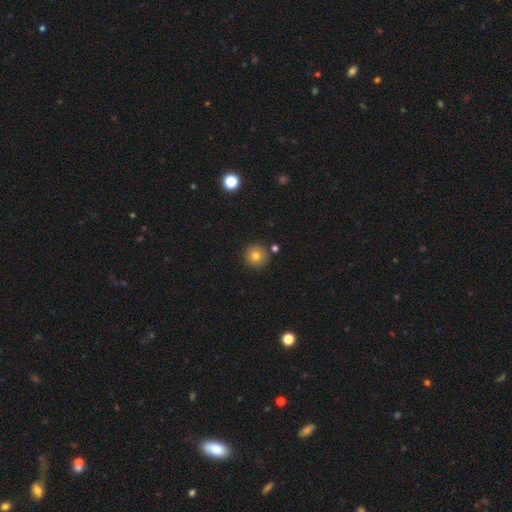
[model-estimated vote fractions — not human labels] A smooth galaxy with no disk features (79%) that is round (95%). Merging: none (87%).